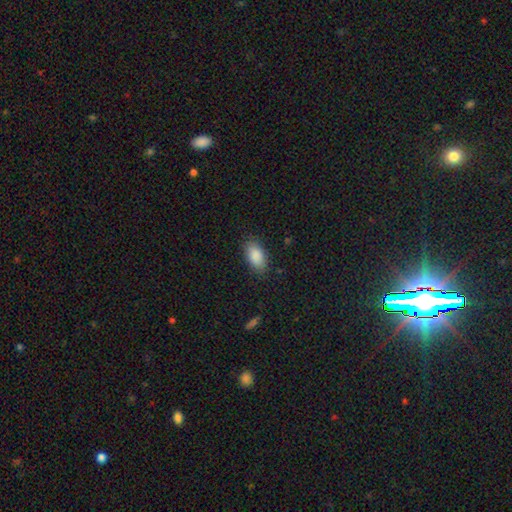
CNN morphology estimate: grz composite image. It shows a smooth galaxy with no disk features (89%) that is in between round and cigar-shaped (93%). Merging: none (85%).